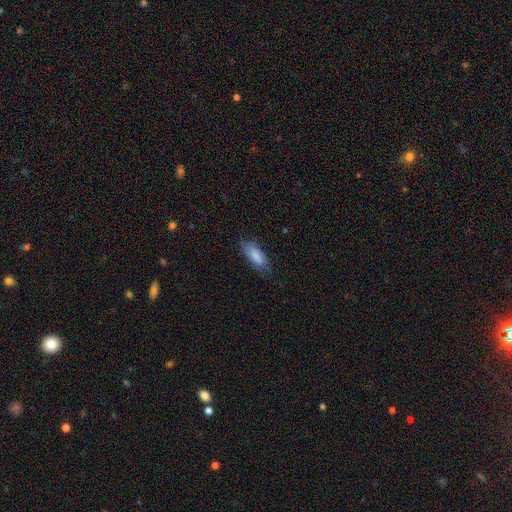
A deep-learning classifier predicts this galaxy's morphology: smooth 80%, featured or disk 14%, star or artifact 6%. Down the decision tree: how rounded — in between (78%); merging — none (66%).